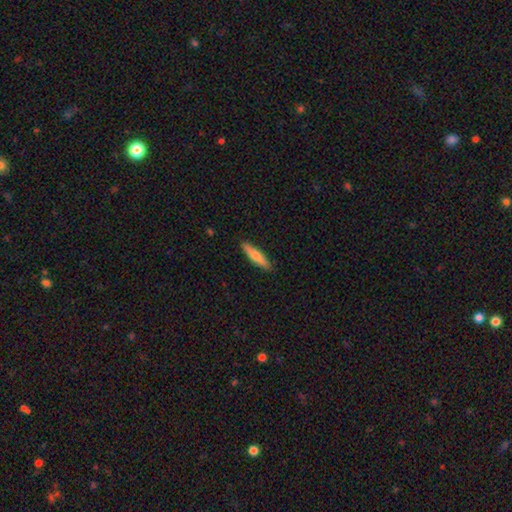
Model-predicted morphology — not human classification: smooth 64%, featured or disk 30%, star or artifact 5%. Down the decision tree: how rounded — cigar-shaped (83%); merging — none (90%).